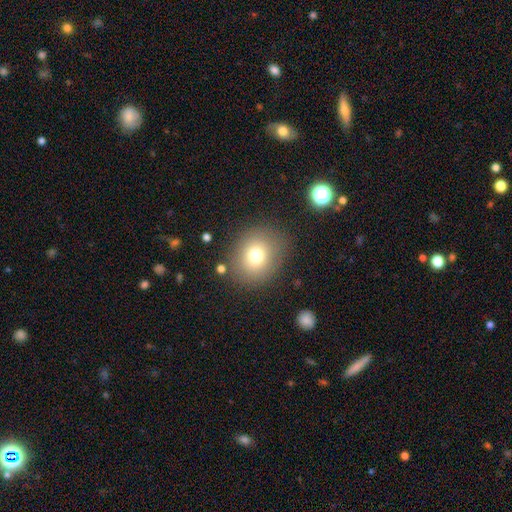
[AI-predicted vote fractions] This is likely a smooth galaxy (75%). How rounded: likely round (70%). Merging: clearly none (82%).